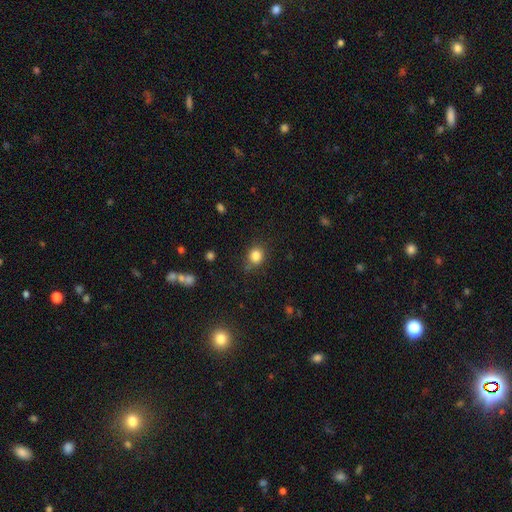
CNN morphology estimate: This appears to be a smooth galaxy with no disk features (83%) that is round (78%). Merging: none (77%).